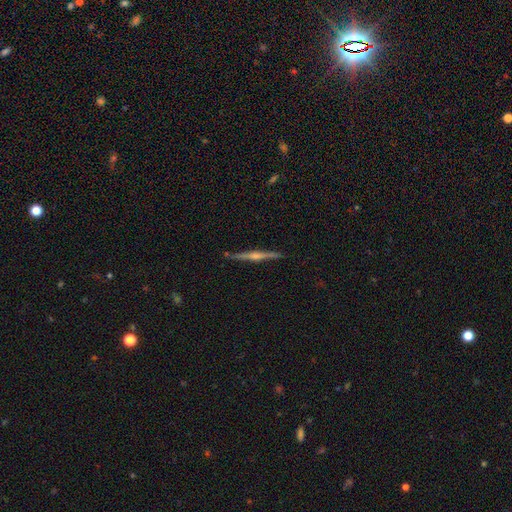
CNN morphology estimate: Smooth or featured?
  - featured or disk: 74% *
  - smooth: 17%
  - star or artifact: 9%
Edge-on disk?
  - yes: 97% *
  - no: 3%
Edge-on bulge?
  - rounded: 80% *
  - none: 11%
  - boxy: 8%
Merging?
  - none: 88% *
  - minor disturbance: 9%
  - major disturbance: 2%
  - merger: 2%